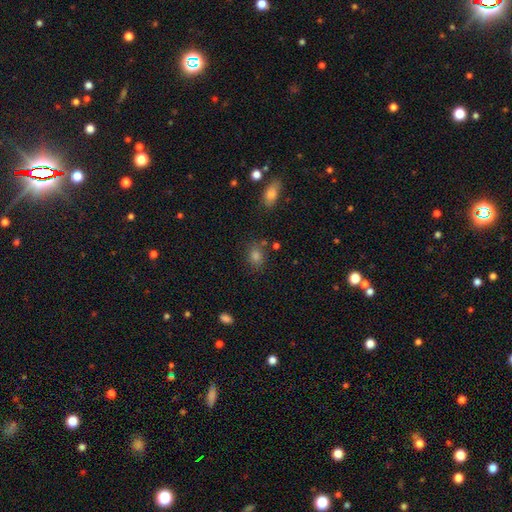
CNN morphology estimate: Smooth or featured?
  - smooth: 75% *
  - star or artifact: 18%
  - featured or disk: 8%
How rounded?
  - round: 58% *
  - in between: 40%
  - cigar-shaped: 1%
Merging?
  - none: 78% *
  - minor disturbance: 12%
  - merger: 6%
  - major disturbance: 4%